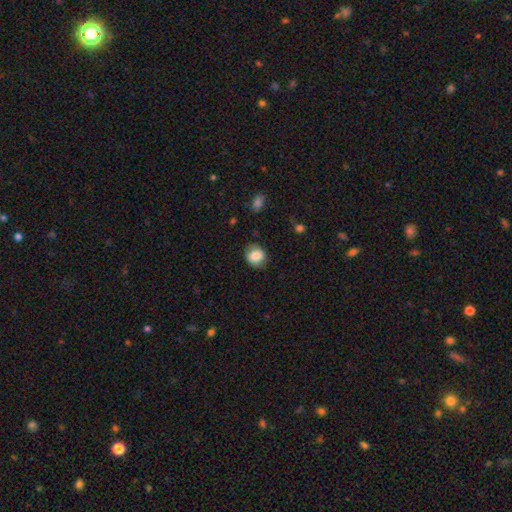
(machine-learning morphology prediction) Q: Smooth or featured?
A: smooth (78%); runner-up: featured or disk (13%)
Q: How rounded?
A: round (68%); runner-up: in between (31%)
Q: Merging?
A: none (79%); runner-up: minor disturbance (15%)